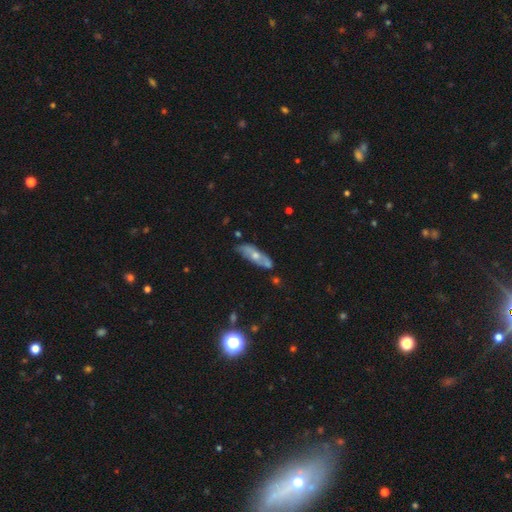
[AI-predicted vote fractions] Smooth or featured?
  - featured or disk: 52% *
  - smooth: 40%
  - star or artifact: 8%
Edge-on disk?
  - no: 62% *
  - yes: 38%
Merging?
  - none: 66% *
  - minor disturbance: 22%
  - merger: 6%
  - major disturbance: 6%